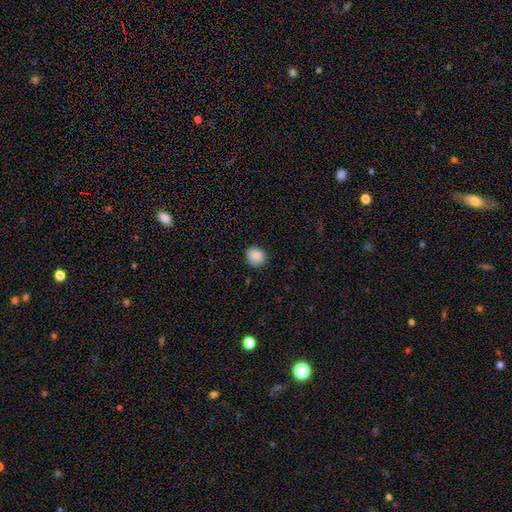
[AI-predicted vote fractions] Morphology: type=smooth (87%); roundness=round (74%); merging=none (84%).